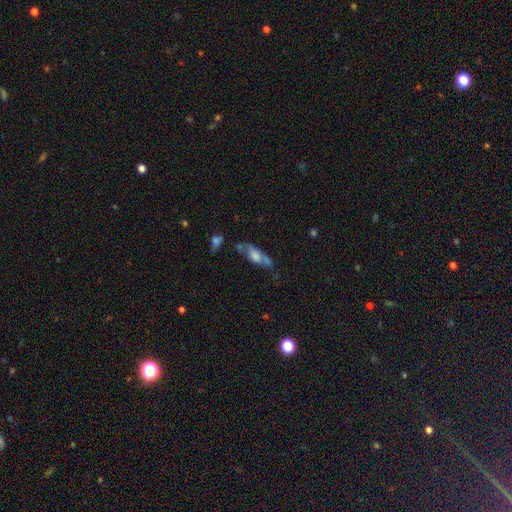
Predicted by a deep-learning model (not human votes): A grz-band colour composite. It shows a smooth galaxy with no disk features (50%) that is in between round and cigar-shaped (69%). Merging: none (35%).